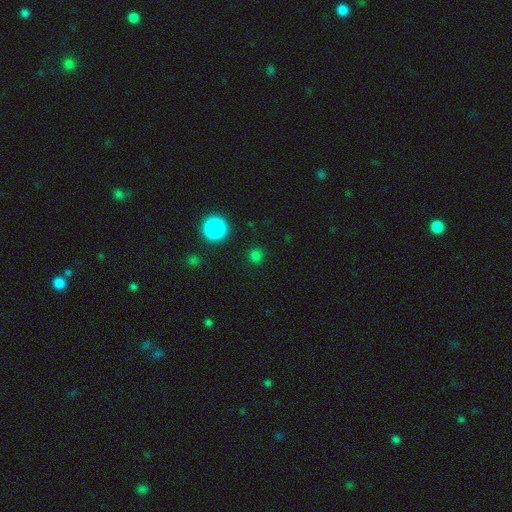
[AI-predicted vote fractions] Smooth or featured?
  - smooth: 73% *
  - star or artifact: 23%
  - featured or disk: 4%
How rounded?
  - round: 92% *
  - in between: 7%
  - cigar-shaped: 1%
Merging?
  - none: 88% *
  - minor disturbance: 7%
  - major disturbance: 3%
  - merger: 2%